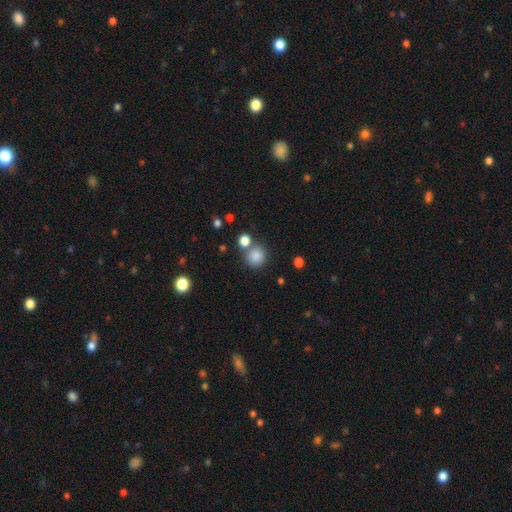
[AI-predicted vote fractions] Smooth or featured? Predicted: smooth (p=0.85). How rounded? Predicted: round (p=0.90). Merging? Predicted: none (p=0.67).